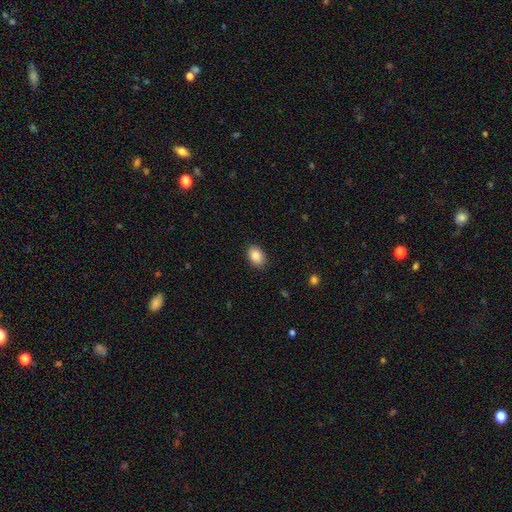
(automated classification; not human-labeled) This appears to be a smooth galaxy with no disk features (88%) that is in between round and cigar-shaped (83%). Merging: none (88%).